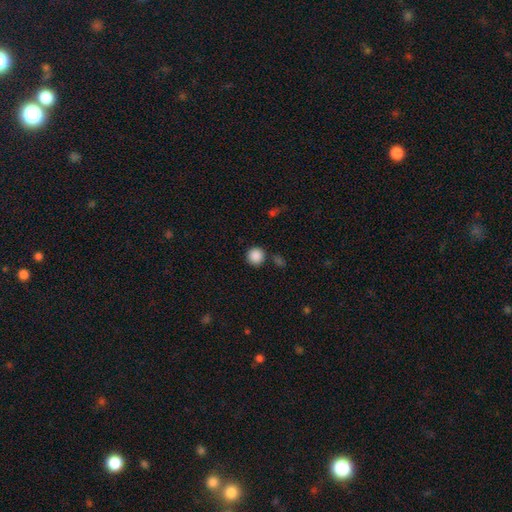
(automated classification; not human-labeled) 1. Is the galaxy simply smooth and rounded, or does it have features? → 87% smooth, 10% star or artifact, 3% featured or disk.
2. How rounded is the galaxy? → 94% round, 5% in between, 1% cigar-shaped.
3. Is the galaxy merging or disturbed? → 83% none, 8% minor disturbance, 6% merger, 3% major disturbance.